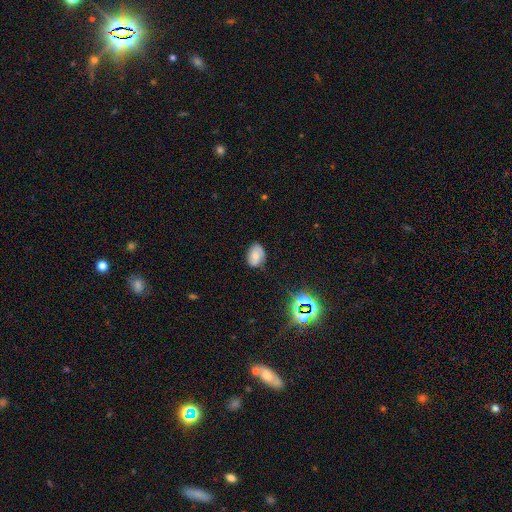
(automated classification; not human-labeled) Smooth or featured? Predicted: smooth (p=0.57). How rounded? Predicted: in between (p=0.77). Merging? Predicted: none (p=0.70).